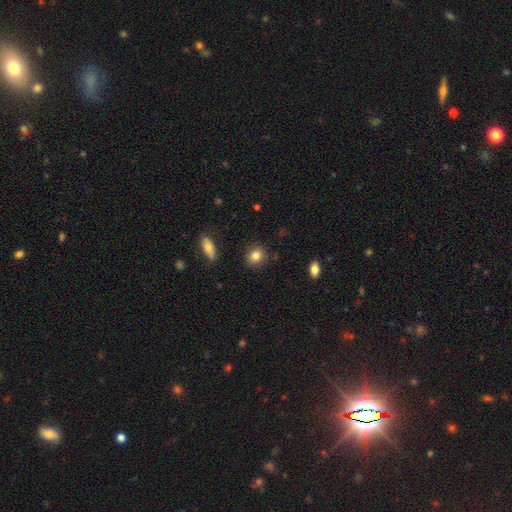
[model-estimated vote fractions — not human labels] smooth 83%, star or artifact 9%, featured or disk 7%. Down the decision tree: how rounded — round (76%); merging — none (88%).